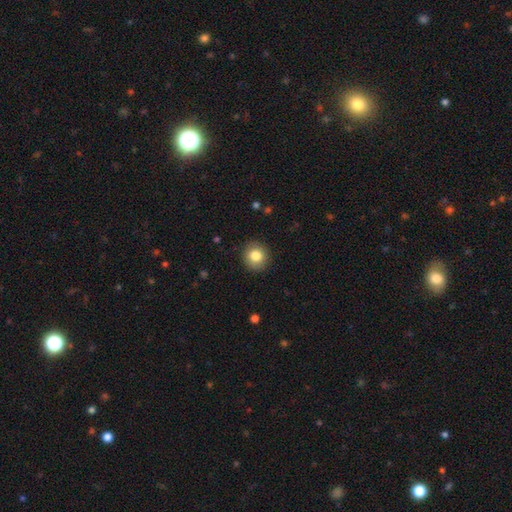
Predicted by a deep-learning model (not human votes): smooth_or_featured: smooth (p=0.83) [alt: star or artifact p=0.09]
how_rounded: round (p=0.86) [alt: in between p=0.13]
merging: none (p=0.90) [alt: minor disturbance p=0.07]